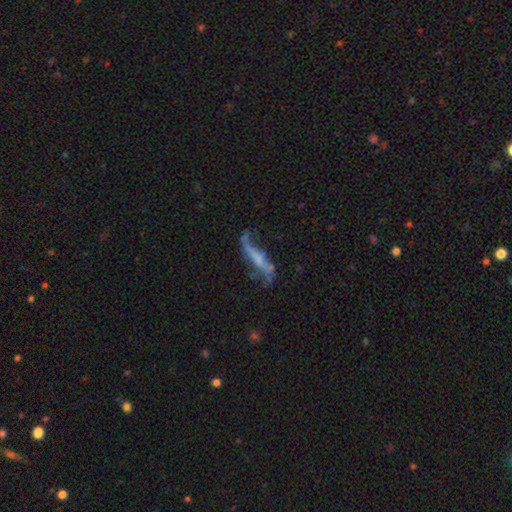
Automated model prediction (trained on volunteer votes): Smooth or featured? featured or disk (70%)
Edge-on disk? no (55%)
Merging? none (55%)